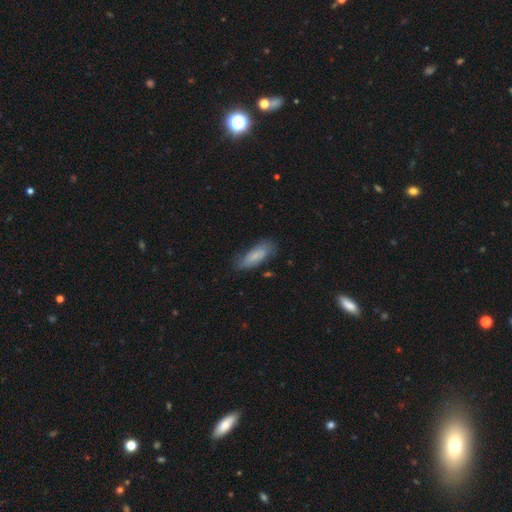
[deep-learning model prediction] Smooth or featured? smooth (72%)
How rounded? in between (67%)
Merging? none (69%)